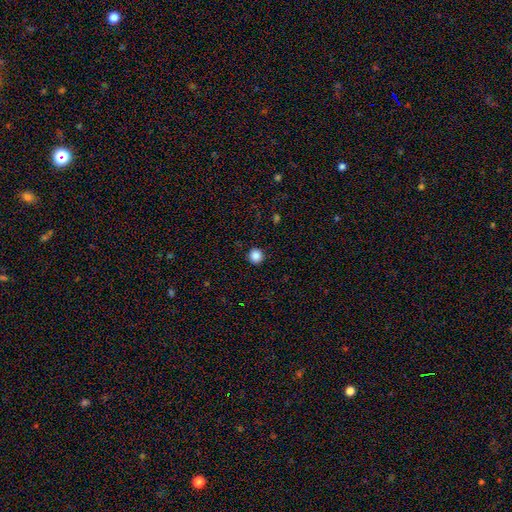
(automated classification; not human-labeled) Smooth or featured: smooth — 87% (star or artifact — 11%)
How rounded: round — 94% (in between — 5%)
Merging: none — 92% (minor disturbance — 5%)